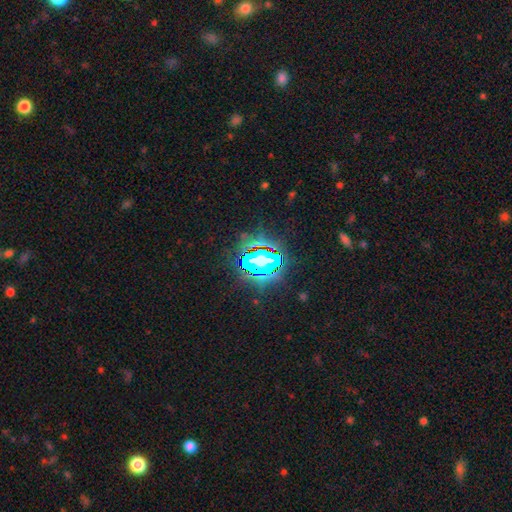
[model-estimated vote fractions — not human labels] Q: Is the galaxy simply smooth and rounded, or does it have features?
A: star or artifact — 68%.